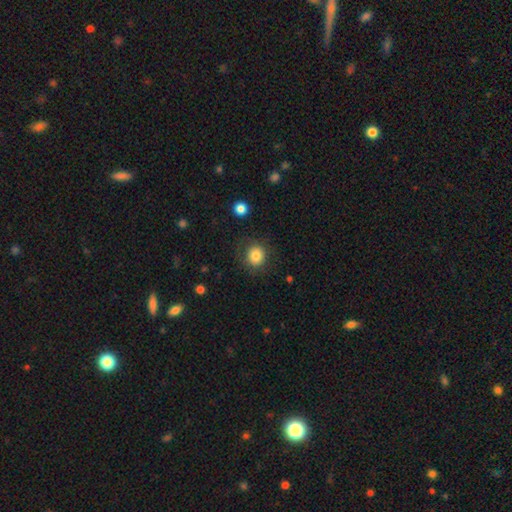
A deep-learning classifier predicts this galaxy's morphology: type=smooth (82%); roundness=round (85%); merging=none (81%).